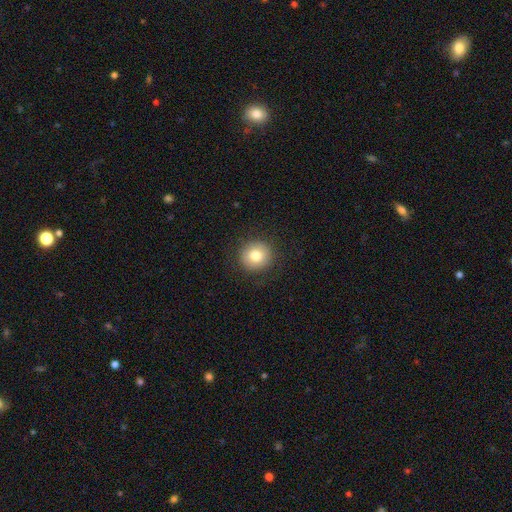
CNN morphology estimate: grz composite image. It shows a smooth galaxy with no disk features (79%) that is round (92%). Merging: none (89%).